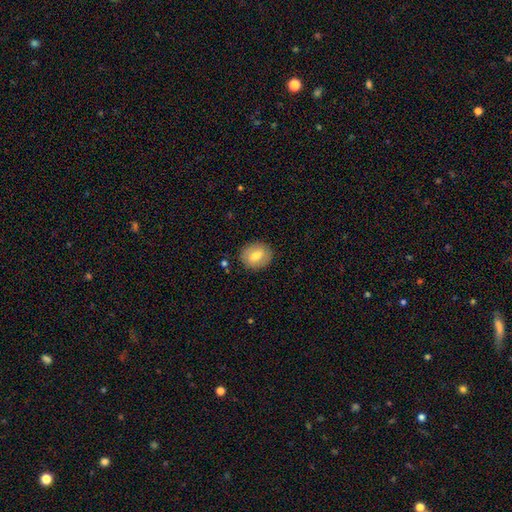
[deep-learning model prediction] smooth_or_featured: smooth (p=0.69) [alt: featured or disk p=0.24]
how_rounded: round (p=0.62) [alt: in between p=0.37]
merging: none (p=0.86) [alt: minor disturbance p=0.10]